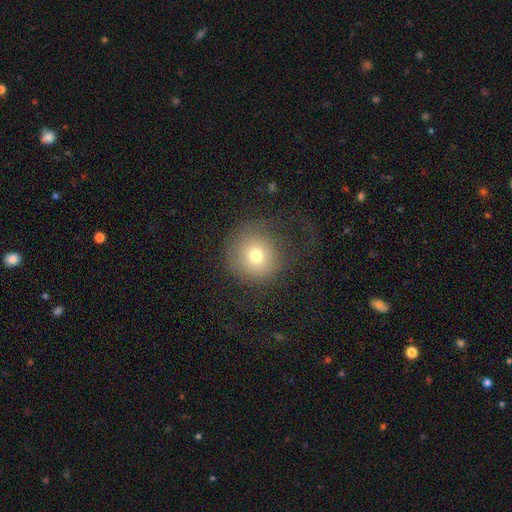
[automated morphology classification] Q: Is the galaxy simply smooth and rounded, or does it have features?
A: smooth — 71%.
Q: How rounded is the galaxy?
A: round — 93%.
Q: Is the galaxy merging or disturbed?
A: none — 61%.